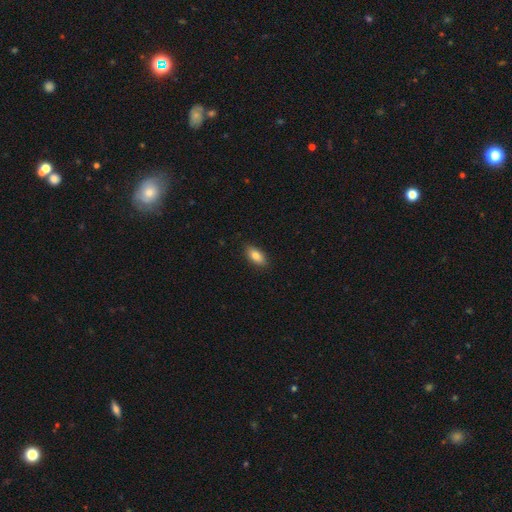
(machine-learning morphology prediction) This appears to be a smooth galaxy with no disk features (81%) that is in between round and cigar-shaped (87%). Merging: none (87%).